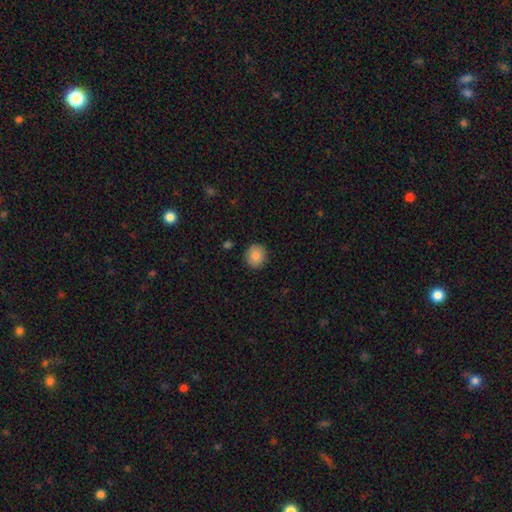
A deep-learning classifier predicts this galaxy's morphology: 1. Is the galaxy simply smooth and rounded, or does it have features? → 87% smooth, 8% star or artifact, 5% featured or disk.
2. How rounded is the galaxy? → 86% round, 13% in between, 1% cigar-shaped.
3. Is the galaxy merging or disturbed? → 90% none, 7% minor disturbance, 2% major disturbance, 1% merger.